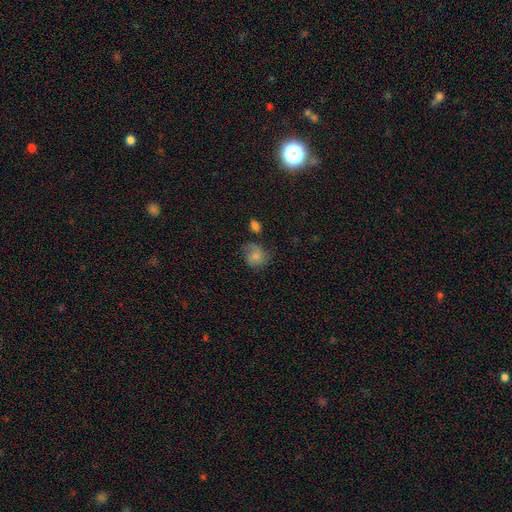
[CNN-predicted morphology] This is likely a smooth galaxy (66%). How rounded: likely round (68%). Merging: possibly none (53%).